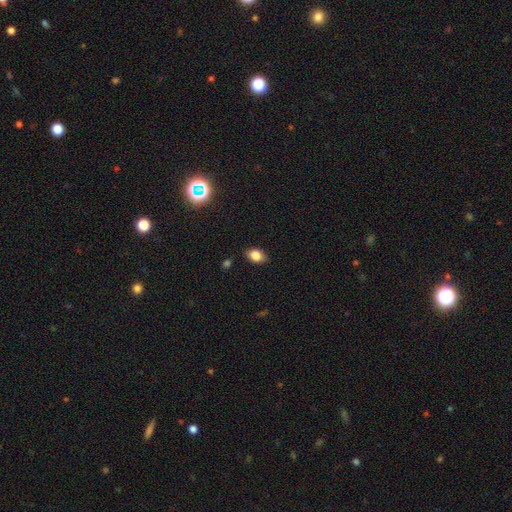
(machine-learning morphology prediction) type=smooth (82%); roundness=in between (83%); merging=none (84%).